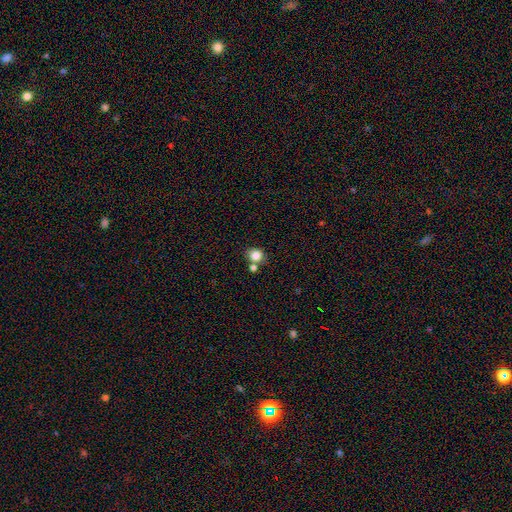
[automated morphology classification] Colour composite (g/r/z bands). It shows a smooth galaxy with no disk features (83%) that is round (80%). Merging: none (65%).